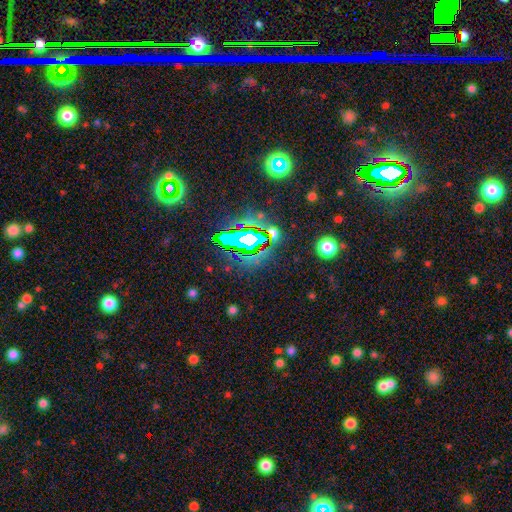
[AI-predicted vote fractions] Smooth or featured? star or artifact (74%)